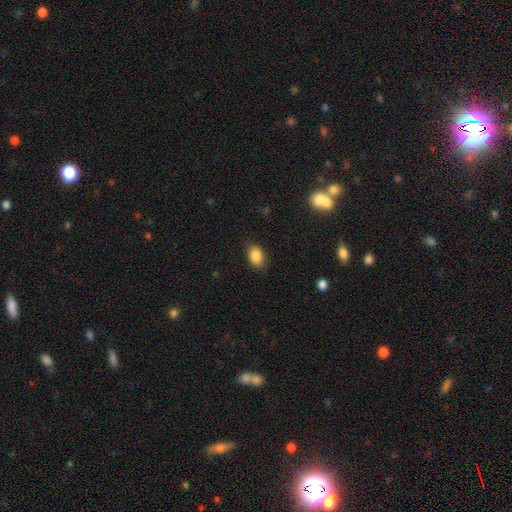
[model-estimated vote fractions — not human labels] This is clearly a smooth galaxy (87%). How rounded: clearly in between (85%). Merging: clearly none (83%).